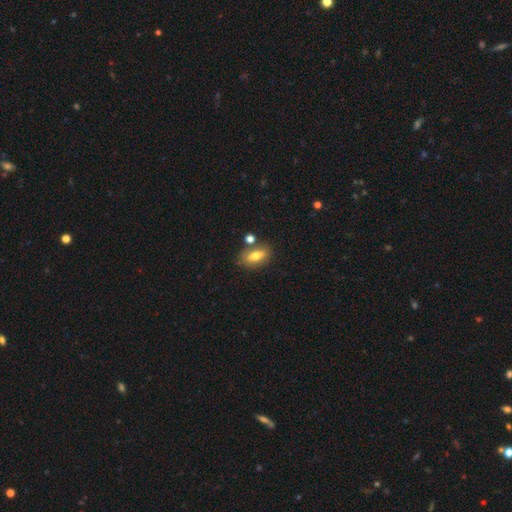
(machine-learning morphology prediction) Smooth or featured: smooth — 71% (featured or disk — 21%)
How rounded: in between — 81% (cigar-shaped — 11%)
Merging: none — 70% (minor disturbance — 14%)